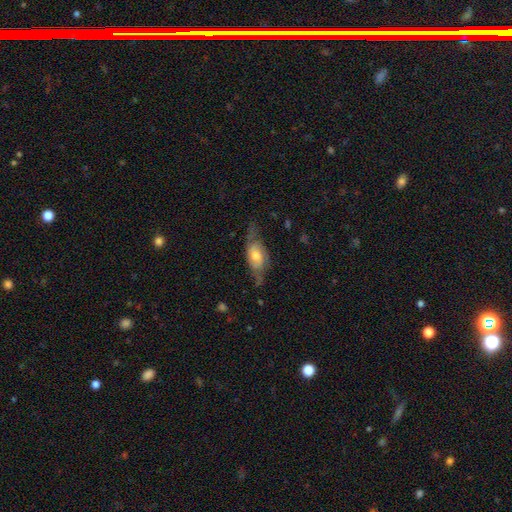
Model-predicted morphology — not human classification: type=featured or disk (60%); edge-on=no (78%); merging=none (53%).